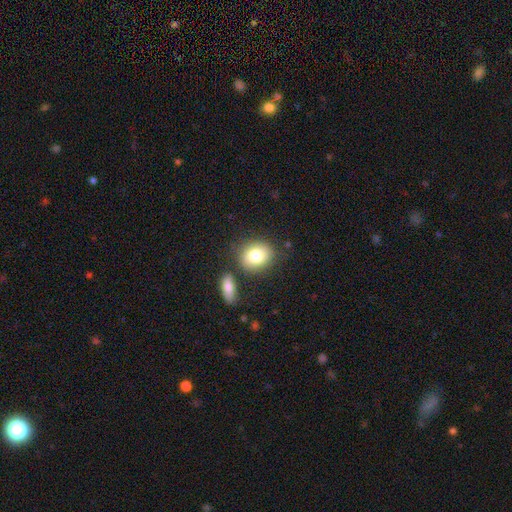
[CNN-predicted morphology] Smooth or featured?
  - smooth: 80% *
  - featured or disk: 12%
  - star or artifact: 9%
How rounded?
  - round: 59% *
  - in between: 40%
  - cigar-shaped: 1%
Merging?
  - none: 72% *
  - merger: 12%
  - minor disturbance: 12%
  - major disturbance: 4%